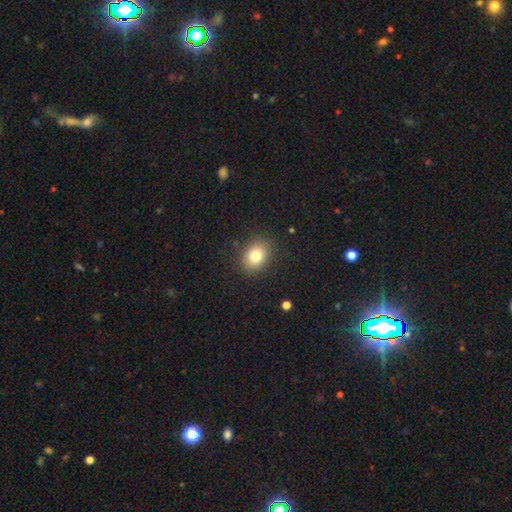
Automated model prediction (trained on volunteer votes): smooth_or_featured: smooth (p=0.80) [alt: star or artifact p=0.11]
how_rounded: in between (p=0.54) [alt: round p=0.45]
merging: none (p=0.87) [alt: minor disturbance p=0.09]